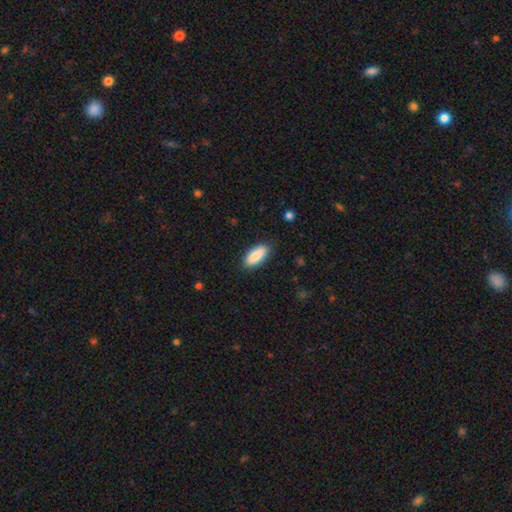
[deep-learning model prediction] smooth 85%, featured or disk 9%, star or artifact 6%. Down the decision tree: how rounded — in between (75%); merging — none (86%).